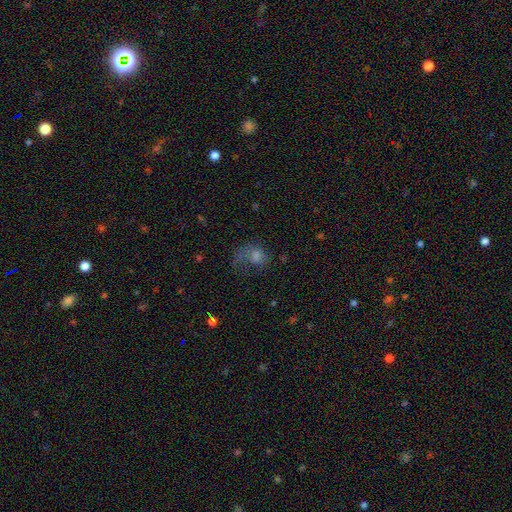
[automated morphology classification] smooth-or-featured: smooth: 46% | featured or disk: 34% | star or artifact: 20%
  merging: major disturbance: 47% | none: 31% | minor disturbance: 18% | merger: 4%